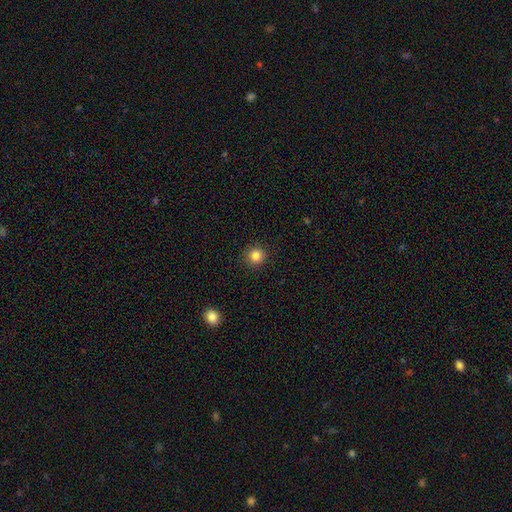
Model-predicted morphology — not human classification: A smooth galaxy with no disk features (84%) that is round (94%). Merging: none (91%).